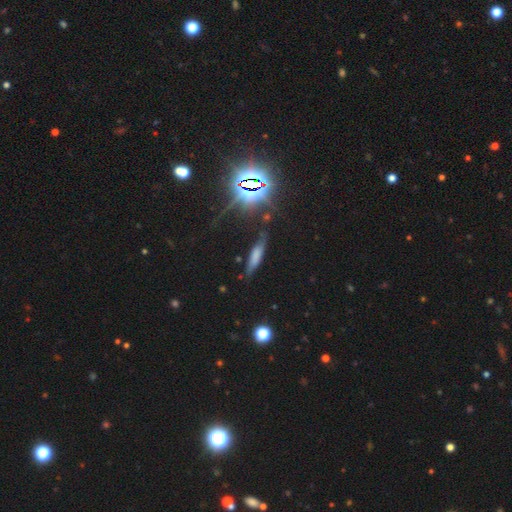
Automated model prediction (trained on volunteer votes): A smooth galaxy with no disk features (58%) that is cigar-shaped (75%).

Vote fractions:
- Smooth or featured? smooth: 58% / featured or disk: 24% / star or artifact: 18%
- How rounded? cigar-shaped: 75% / in between: 23% / round: 3%
- Merging? none: 71% / minor disturbance: 20% / major disturbance: 6% / merger: 3%